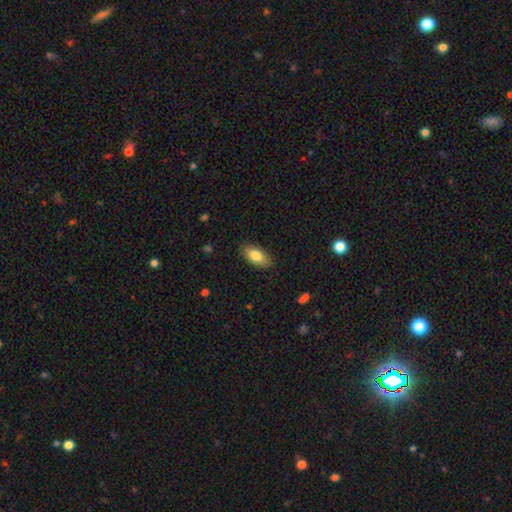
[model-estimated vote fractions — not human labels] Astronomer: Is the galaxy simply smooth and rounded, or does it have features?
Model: smooth — 81%.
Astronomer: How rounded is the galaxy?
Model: in between — 91%.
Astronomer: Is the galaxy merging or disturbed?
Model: none — 86%.